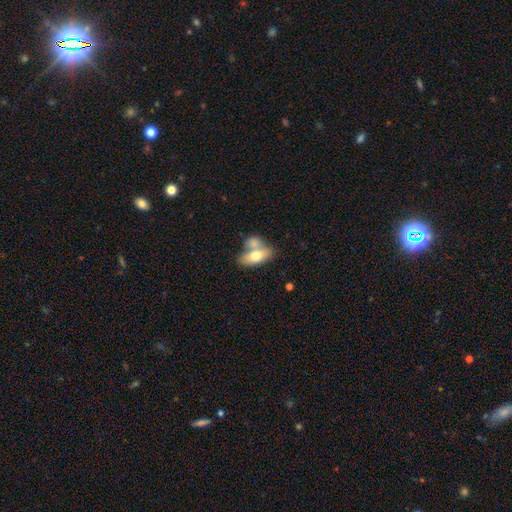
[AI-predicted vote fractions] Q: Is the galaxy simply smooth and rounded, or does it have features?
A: smooth — 71%.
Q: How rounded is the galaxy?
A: in between — 86%.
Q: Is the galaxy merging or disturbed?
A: merger — 52%.